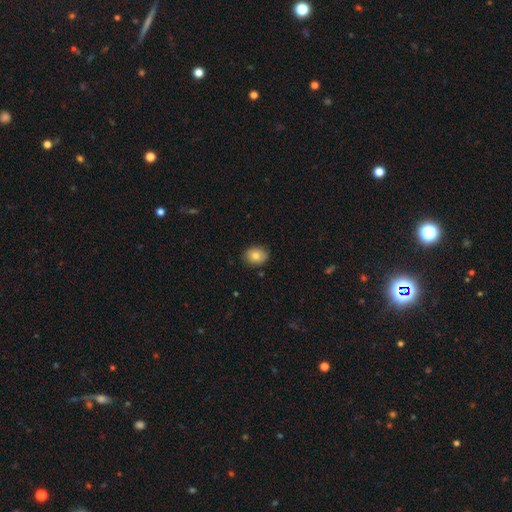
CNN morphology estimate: smooth 79%, featured or disk 12%, star or artifact 9%. Down the decision tree: how rounded — round (50%); merging — none (85%).